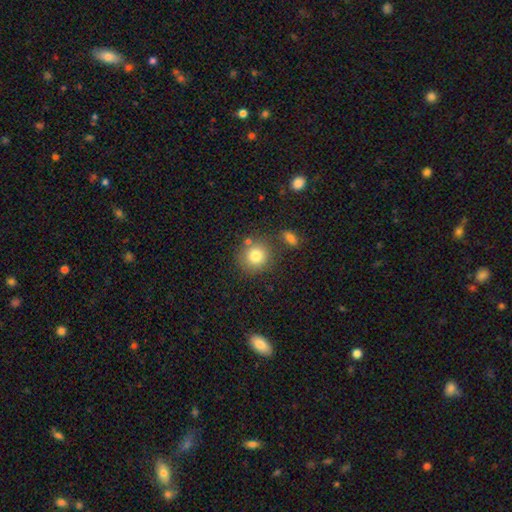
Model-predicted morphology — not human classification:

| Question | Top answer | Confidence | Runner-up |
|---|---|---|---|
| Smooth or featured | smooth | 80% | star or artifact (10%) |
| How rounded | round | 89% | in between (10%) |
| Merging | none | 75% | minor disturbance (11%) |